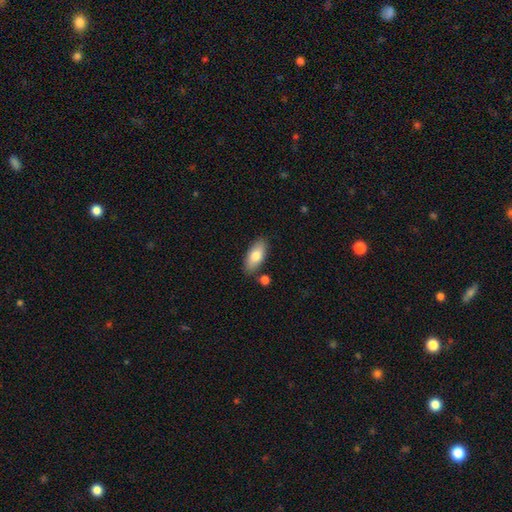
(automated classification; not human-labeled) This is likely a smooth galaxy (77%). How rounded: clearly in between (87%). Merging: clearly none (83%).